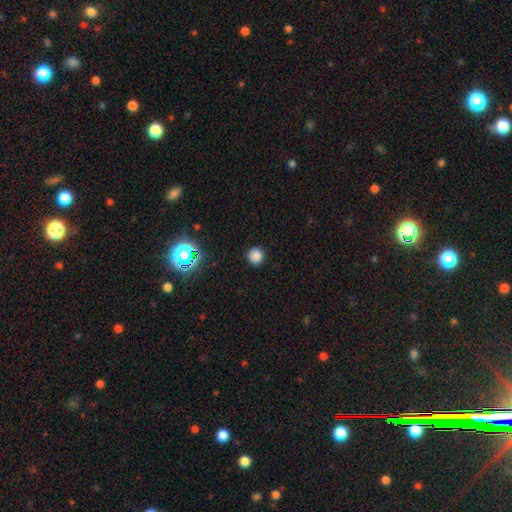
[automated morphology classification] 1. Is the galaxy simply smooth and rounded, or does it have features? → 81% smooth, 15% star or artifact, 3% featured or disk.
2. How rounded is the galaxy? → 93% round, 6% in between, 1% cigar-shaped.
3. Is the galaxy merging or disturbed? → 91% none, 6% minor disturbance, 2% major disturbance, 1% merger.